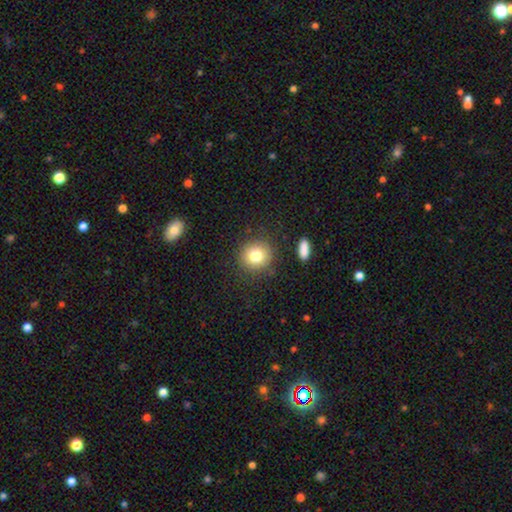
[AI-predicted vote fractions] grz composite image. It shows a smooth galaxy with no disk features (79%) that is round (89%). Merging: none (86%).